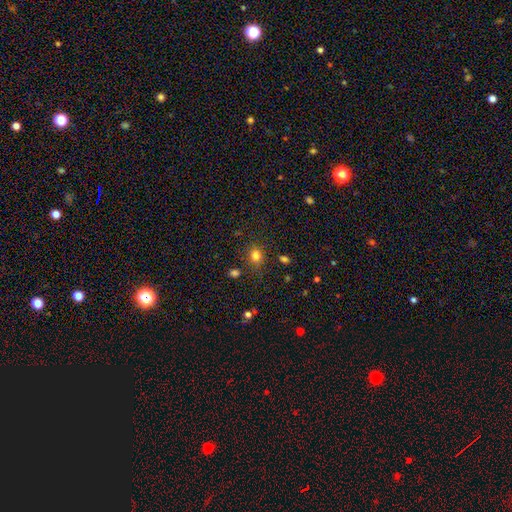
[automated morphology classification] smooth-or-featured: smooth: 79% | star or artifact: 15% | featured or disk: 6%
  how-rounded: round: 61% | in between: 38% | cigar-shaped: 1%
  merging: none: 76% | minor disturbance: 14% | merger: 5% | major disturbance: 5%